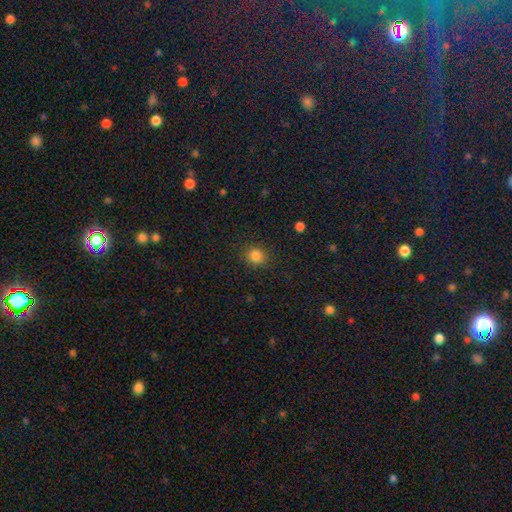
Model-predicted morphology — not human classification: Smooth or featured: smooth — 84% (star or artifact — 12%)
How rounded: round — 86% (in between — 13%)
Merging: none — 89% (minor disturbance — 7%)